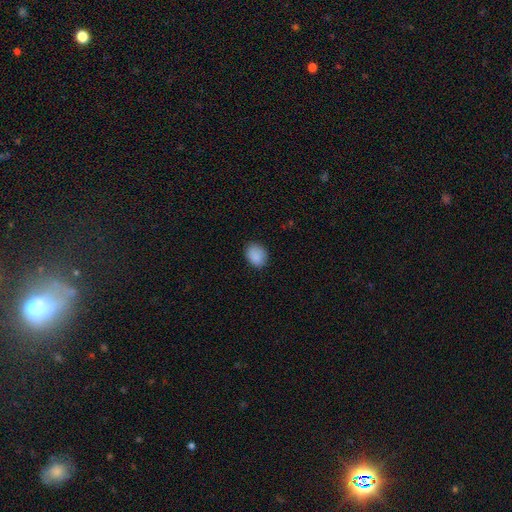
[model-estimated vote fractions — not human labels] Morphology: type=smooth (89%); roundness=in between (55%); merging=none (84%).